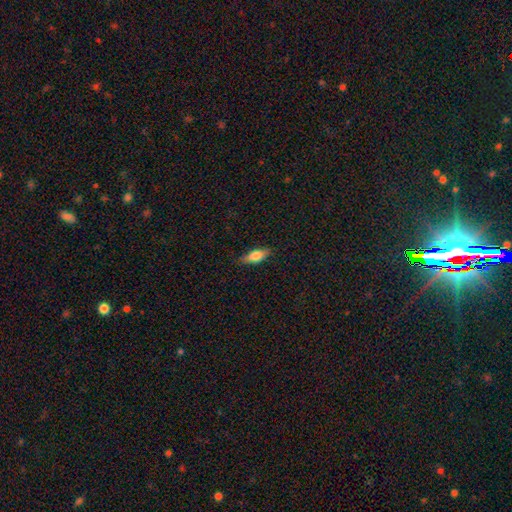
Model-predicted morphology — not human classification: A smooth galaxy with no disk features (76%) that is in between round and cigar-shaped (72%).

Vote fractions:
- Smooth or featured? smooth: 76% / featured or disk: 17% / star or artifact: 7%
- How rounded? in between: 72% / cigar-shaped: 25% / round: 3%
- Merging? none: 82% / minor disturbance: 14% / major disturbance: 3% / merger: 1%